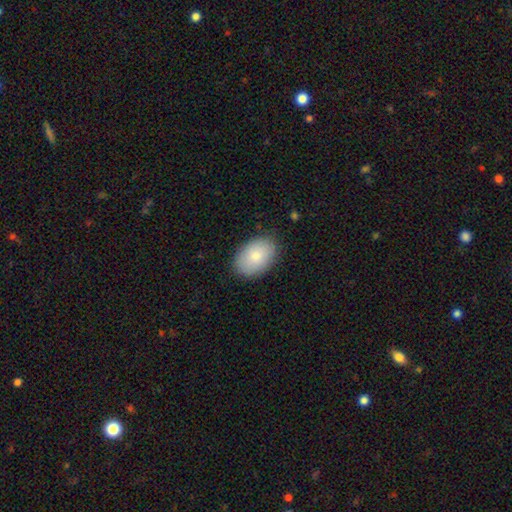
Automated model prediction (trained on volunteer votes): Morphology: type=smooth (81%); roundness=in between (86%); merging=none (85%).